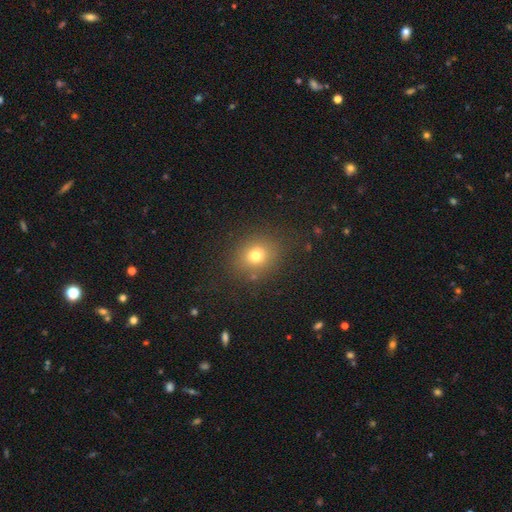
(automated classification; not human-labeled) This is likely a smooth galaxy (73%). How rounded: likely round (68%). Merging: clearly none (81%).